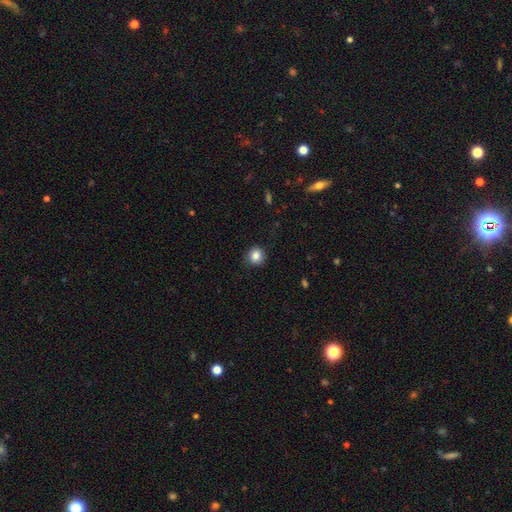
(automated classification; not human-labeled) smooth-or-featured: smooth: 85% | star or artifact: 10% | featured or disk: 5%
  how-rounded: round: 83% | in between: 16% | cigar-shaped: 1%
  merging: none: 84% | minor disturbance: 12% | major disturbance: 3% | merger: 1%